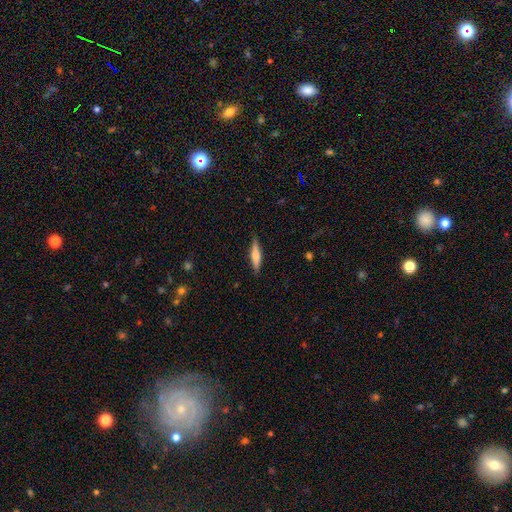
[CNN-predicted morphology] smooth 59%, featured or disk 35%, star or artifact 6%. Down the decision tree: how rounded — cigar-shaped (81%); merging — none (87%).